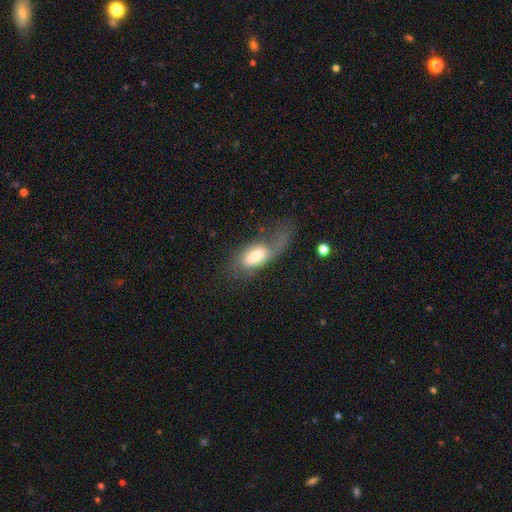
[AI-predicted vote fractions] Smooth or featured? Predicted: smooth (p=0.54). How rounded? Predicted: in between (p=0.84). Merging? Predicted: major disturbance (p=0.49).